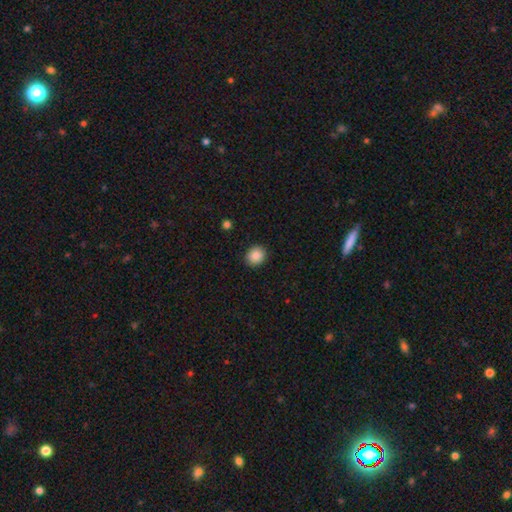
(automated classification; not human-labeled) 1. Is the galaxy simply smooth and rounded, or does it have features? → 87% smooth, 9% star or artifact, 4% featured or disk.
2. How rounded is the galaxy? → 75% round, 24% in between, 1% cigar-shaped.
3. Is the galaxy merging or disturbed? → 91% none, 6% minor disturbance, 2% major disturbance, 1% merger.